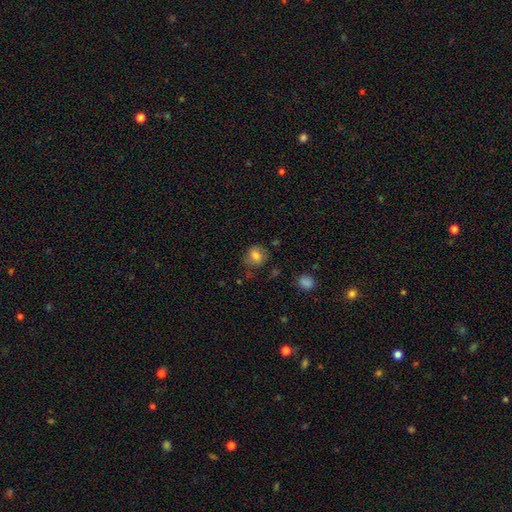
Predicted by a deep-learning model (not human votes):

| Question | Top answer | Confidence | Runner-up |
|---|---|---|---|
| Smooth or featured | smooth | 79% | featured or disk (11%) |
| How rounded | round | 66% | in between (33%) |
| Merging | none | 71% | minor disturbance (19%) |